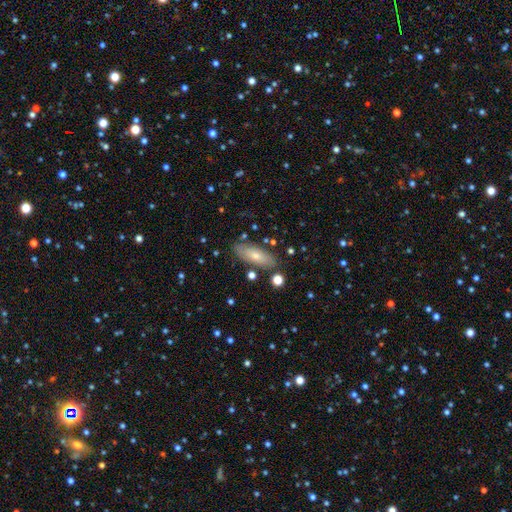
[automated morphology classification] smooth-or-featured: smooth: 67% | featured or disk: 26% | star or artifact: 7%
  how-rounded: in between: 71% | cigar-shaped: 27% | round: 2%
  merging: none: 82% | minor disturbance: 12% | merger: 3% | major disturbance: 3%